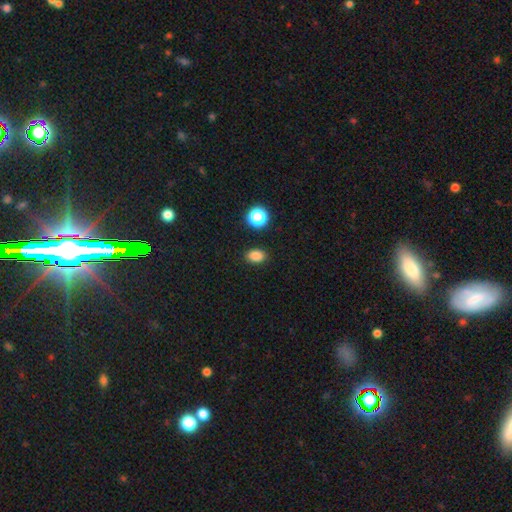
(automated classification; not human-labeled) smooth 84%, star or artifact 12%, featured or disk 4%. Down the decision tree: how rounded — in between (75%); merging — none (89%).